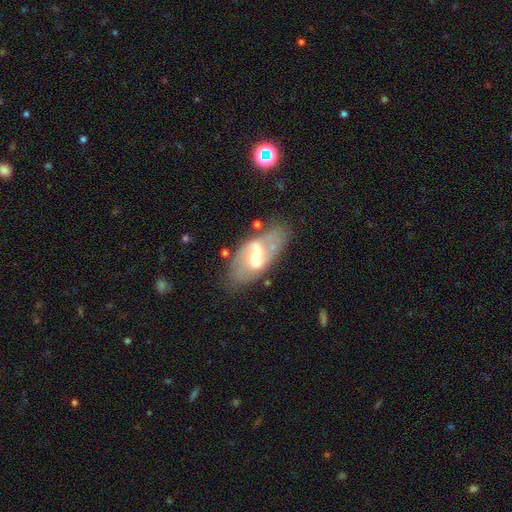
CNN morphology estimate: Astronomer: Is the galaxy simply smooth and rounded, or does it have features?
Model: featured or disk — 74%.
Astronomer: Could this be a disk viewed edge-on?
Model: no — 93%.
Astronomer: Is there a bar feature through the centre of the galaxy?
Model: weak — 48% (runner-up: strong, 36%).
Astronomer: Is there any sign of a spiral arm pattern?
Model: yes — 82%.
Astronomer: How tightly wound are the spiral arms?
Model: medium — 46% (runner-up: loose, 36%).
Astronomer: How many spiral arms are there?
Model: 2 — 82%.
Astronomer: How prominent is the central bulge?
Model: moderate — 45% (runner-up: small, 42%).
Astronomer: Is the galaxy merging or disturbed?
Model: none — 69%.